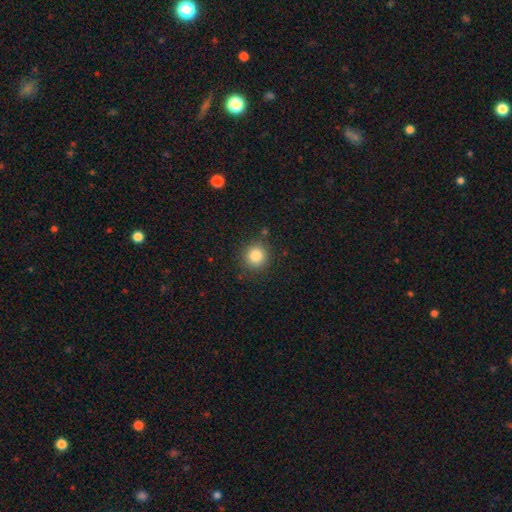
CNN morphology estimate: Smooth or featured? smooth (84%)
How rounded? round (91%)
Merging? none (85%)